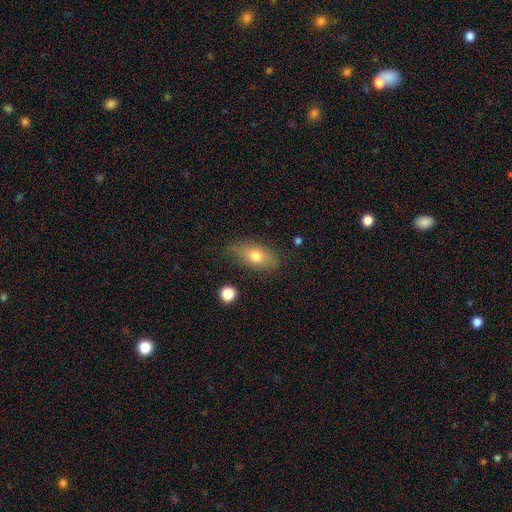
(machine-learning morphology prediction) This is likely a smooth galaxy (71%). How rounded: clearly in between (85%). Merging: likely none (68%).